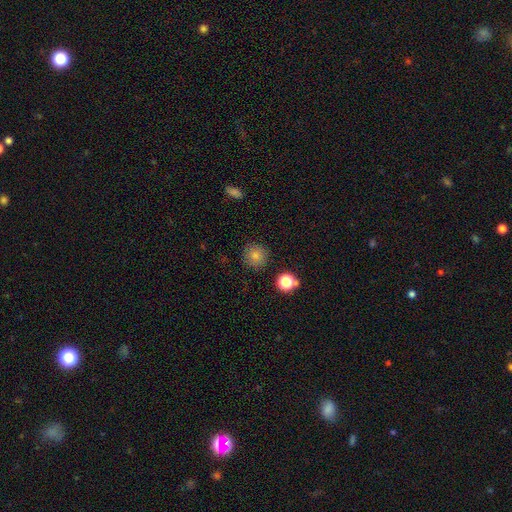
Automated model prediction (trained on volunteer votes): Smooth or featured: smooth — 80% (star or artifact — 12%)
How rounded: round — 94% (in between — 5%)
Merging: none — 88% (minor disturbance — 8%)